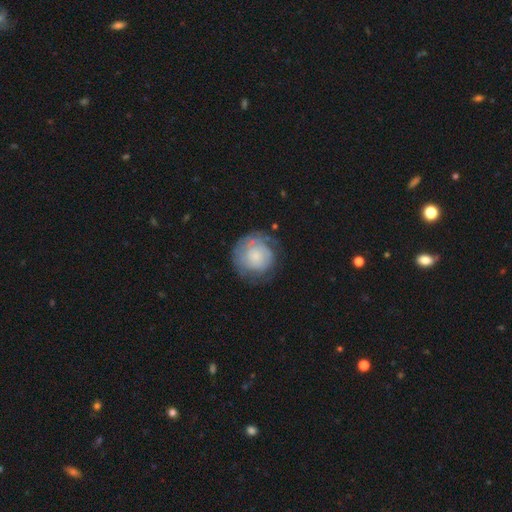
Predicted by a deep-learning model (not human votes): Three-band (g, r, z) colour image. It shows a smooth galaxy with no disk features (51%) that is round (90%). Merging: none (62%).